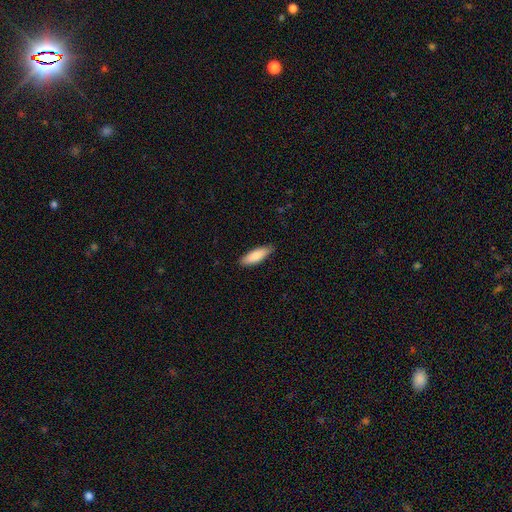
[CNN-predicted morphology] smooth_or_featured: smooth (p=0.84) [alt: featured or disk p=0.10]
how_rounded: in between (p=0.57) [alt: cigar-shaped p=0.42]
merging: none (p=0.85) [alt: minor disturbance p=0.12]